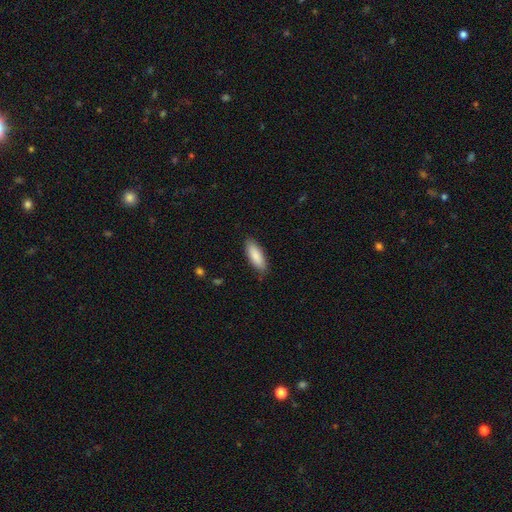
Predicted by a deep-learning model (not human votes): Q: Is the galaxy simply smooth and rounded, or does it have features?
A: smooth — 87%.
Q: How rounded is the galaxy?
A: in between — 64%.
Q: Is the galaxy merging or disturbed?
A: none — 84%.